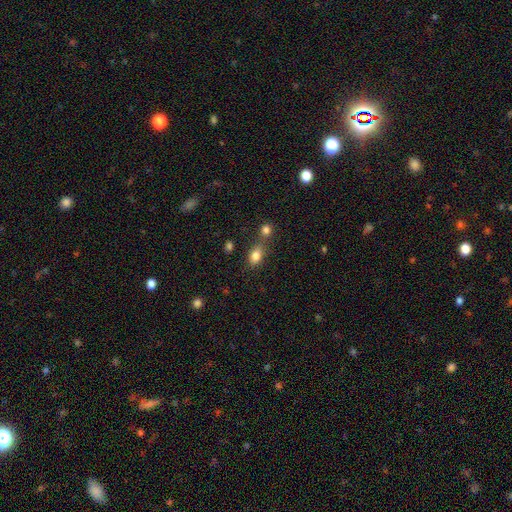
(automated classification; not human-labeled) smooth_or_featured: smooth (p=0.82) [alt: star or artifact p=0.11]
how_rounded: in between (p=0.76) [alt: round p=0.21]
merging: none (p=0.51) [alt: merger p=0.31]